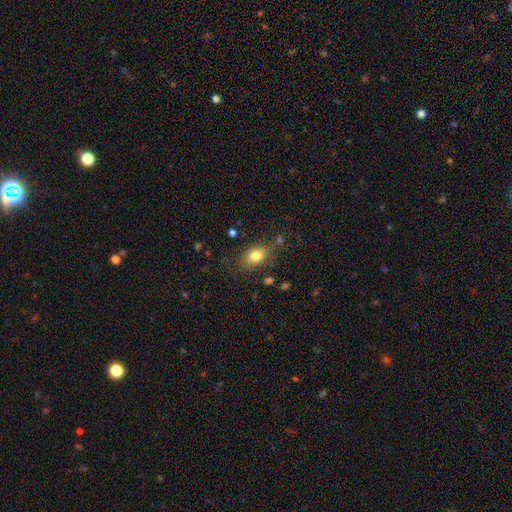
Volunteers were most divided on "how rounded": in between: 71%, round: 29%, cigar-shaped: 0%. More confident: merging — none (86%); smooth or featured — smooth (79%).